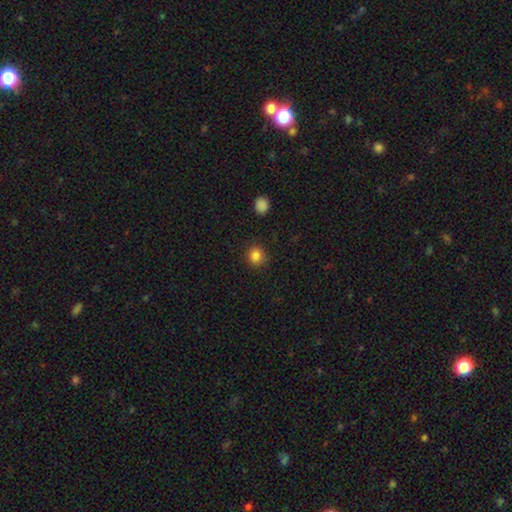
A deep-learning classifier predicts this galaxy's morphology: The model was most divided on "smooth or featured": smooth: 85%, star or artifact: 11%, featured or disk: 4%. More confident: how rounded — round (90%); merging — none (89%).